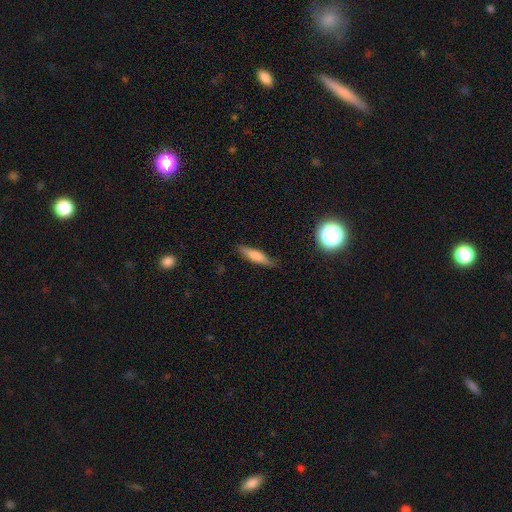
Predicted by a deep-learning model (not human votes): smooth 58%, featured or disk 34%, star or artifact 8%. Down the decision tree: how rounded — cigar-shaped (77%); merging — none (84%).